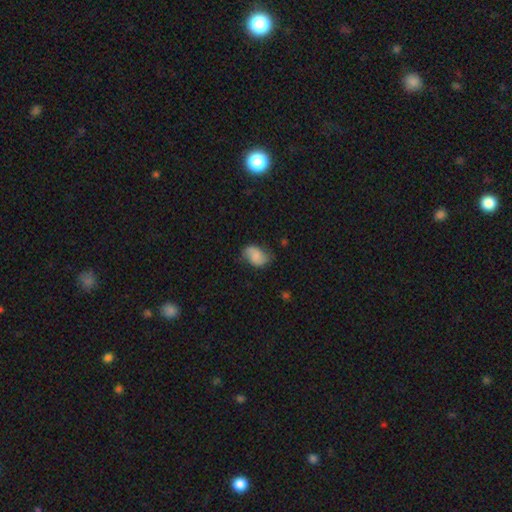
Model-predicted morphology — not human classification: smooth-or-featured: smooth: 67% | featured or disk: 24% | star or artifact: 9%
  how-rounded: in between: 83% | round: 16% | cigar-shaped: 1%
  merging: none: 57% | minor disturbance: 31% | major disturbance: 10% | merger: 2%